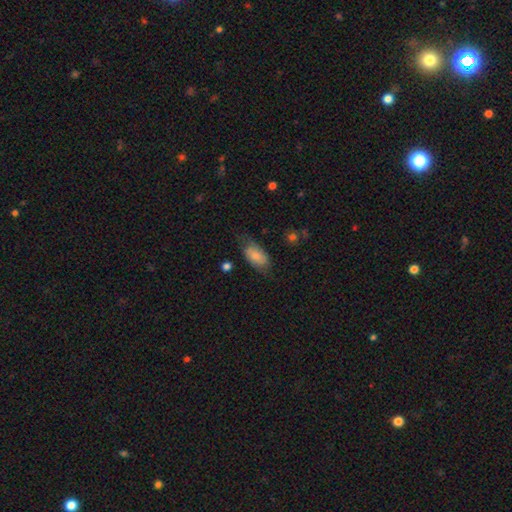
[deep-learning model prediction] A smooth galaxy with no disk features (74%) that is in between round and cigar-shaped (92%). Merging: none (58%).